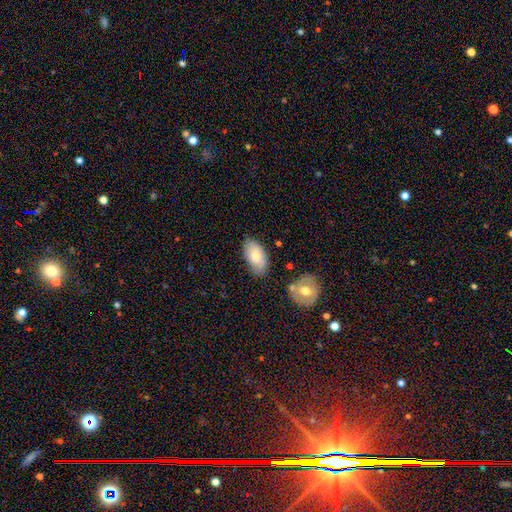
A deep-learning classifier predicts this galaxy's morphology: Smooth or featured?
  - smooth: 70% *
  - featured or disk: 23%
  - star or artifact: 7%
How rounded?
  - in between: 94% *
  - round: 4%
  - cigar-shaped: 2%
Merging?
  - none: 68% *
  - minor disturbance: 23%
  - merger: 5%
  - major disturbance: 4%